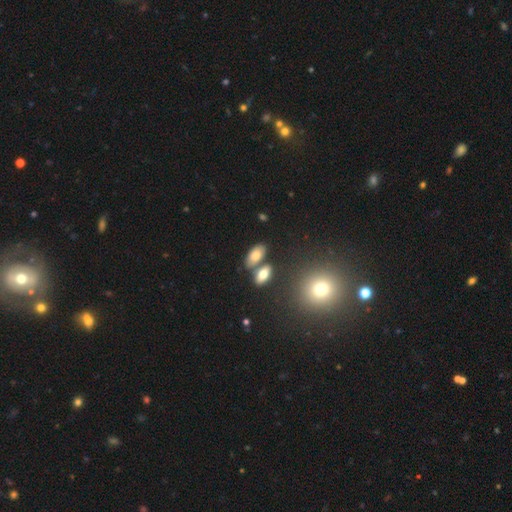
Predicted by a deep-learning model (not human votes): This is likely a smooth galaxy (76%). How rounded: clearly in between (89%). Merging: likely none (62%).